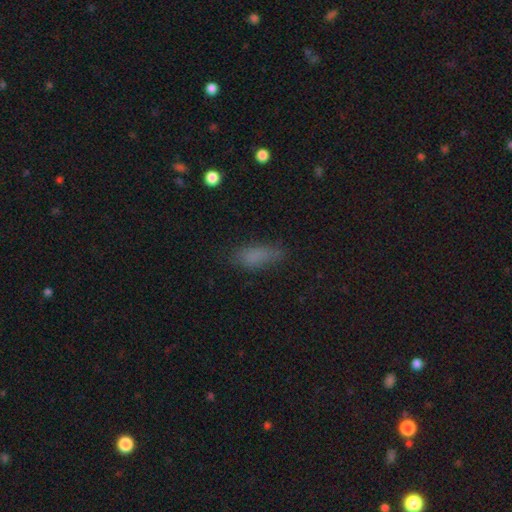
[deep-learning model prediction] The model was most divided on "how rounded": in between: 65%, cigar-shaped: 32%, round: 3%. More confident: smooth or featured — smooth (78%); merging — none (69%).